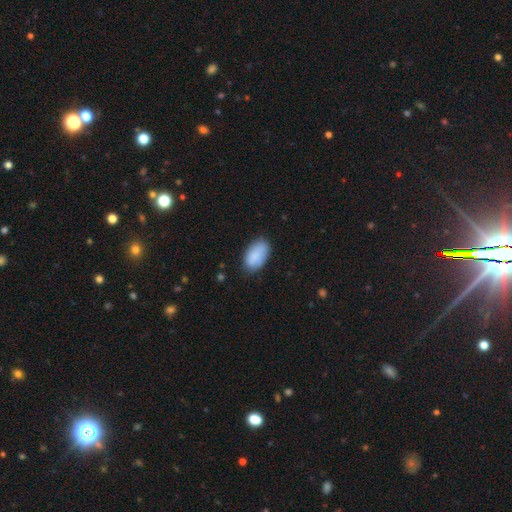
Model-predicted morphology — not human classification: Q: Smooth or featured?
A: smooth (85%); runner-up: featured or disk (8%)
Q: How rounded?
A: in between (94%); runner-up: round (4%)
Q: Merging?
A: none (76%); runner-up: minor disturbance (18%)